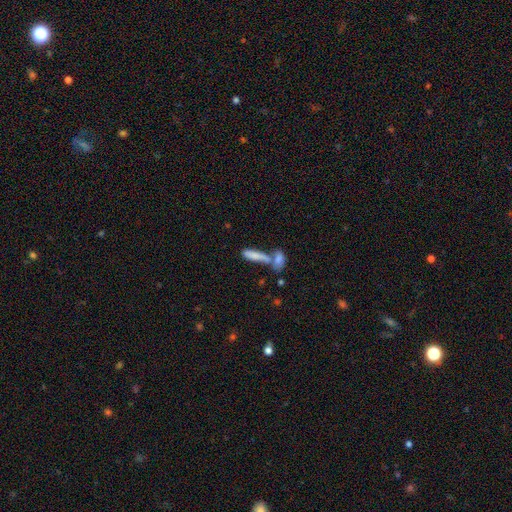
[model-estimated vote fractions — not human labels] Morphology: type=smooth (77%); roundness=cigar-shaped (59%); merging=merger (50%).